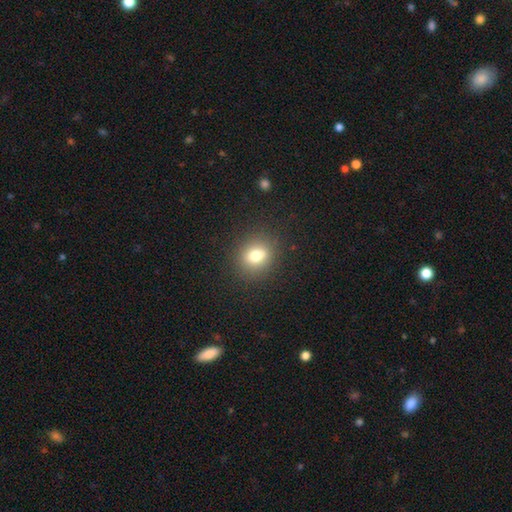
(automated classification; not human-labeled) This appears to be a smooth galaxy with no disk features (75%) that is round (65%). Merging: none (85%).